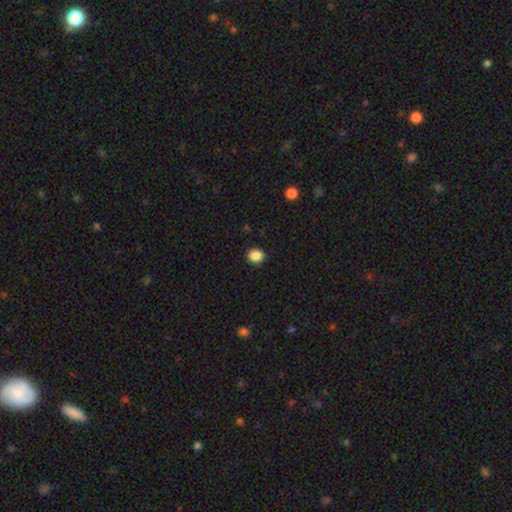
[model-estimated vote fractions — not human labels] smooth-or-featured: smooth: 88% | star or artifact: 9% | featured or disk: 3%
  how-rounded: round: 59% | in between: 40% | cigar-shaped: 1%
  merging: none: 90% | minor disturbance: 7% | major disturbance: 2% | merger: 1%